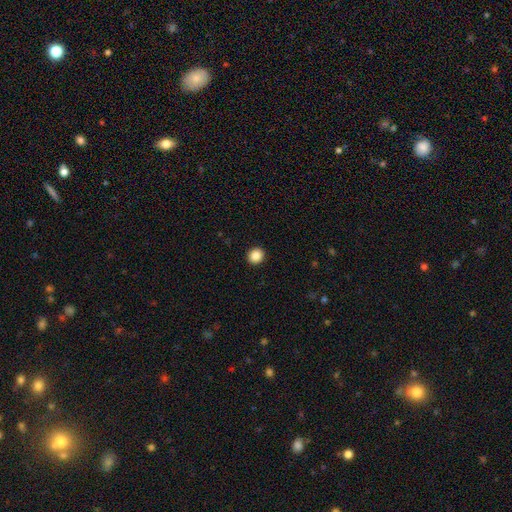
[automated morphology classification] A smooth galaxy with no disk features (88%) that is round (86%). Merging: none (93%).